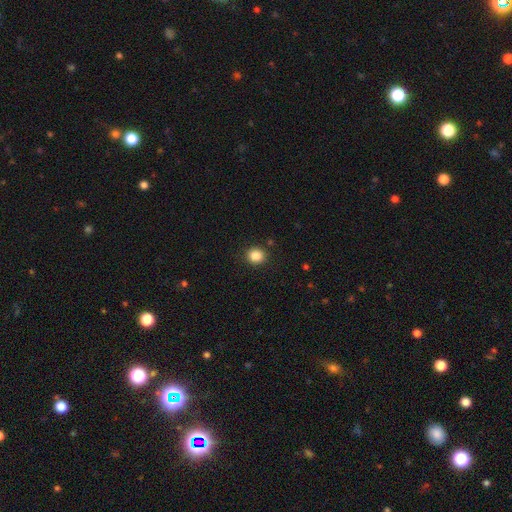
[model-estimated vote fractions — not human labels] Q: Smooth or featured?
A: smooth (85%); runner-up: star or artifact (11%)
Q: How rounded?
A: round (86%); runner-up: in between (13%)
Q: Merging?
A: none (91%); runner-up: minor disturbance (6%)